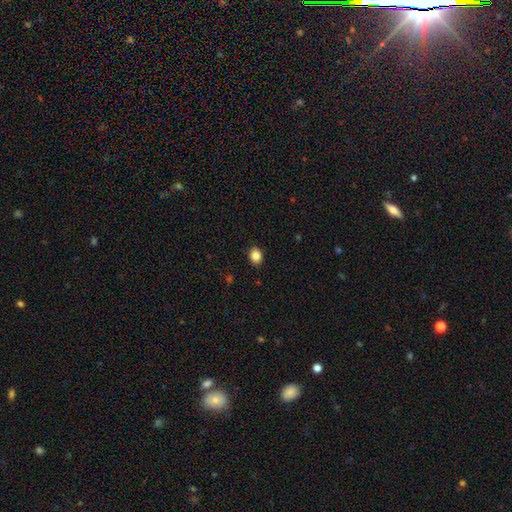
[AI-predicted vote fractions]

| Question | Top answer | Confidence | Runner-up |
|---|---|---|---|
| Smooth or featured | smooth | 85% | star or artifact (9%) |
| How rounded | in between | 62% | round (37%) |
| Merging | none | 89% | minor disturbance (8%) |